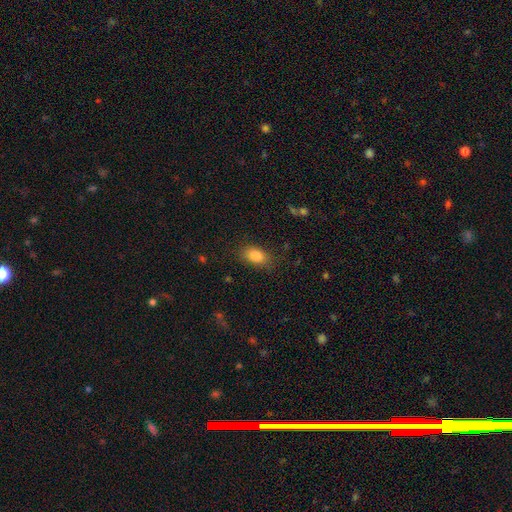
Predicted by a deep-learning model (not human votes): smooth 84%, star or artifact 9%, featured or disk 7%. Down the decision tree: how rounded — in between (85%); merging — none (82%).